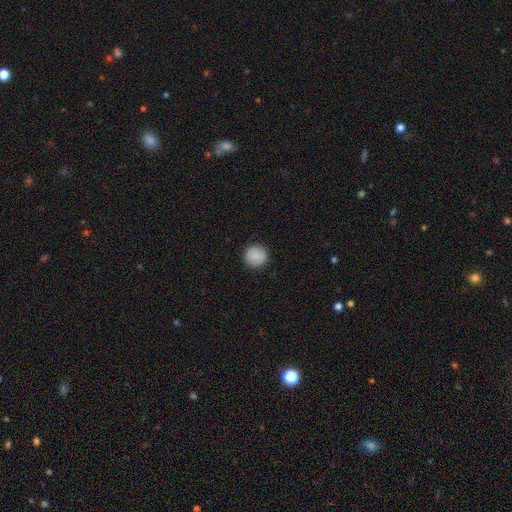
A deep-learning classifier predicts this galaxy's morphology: type=smooth (88%); roundness=round (95%); merging=none (92%).